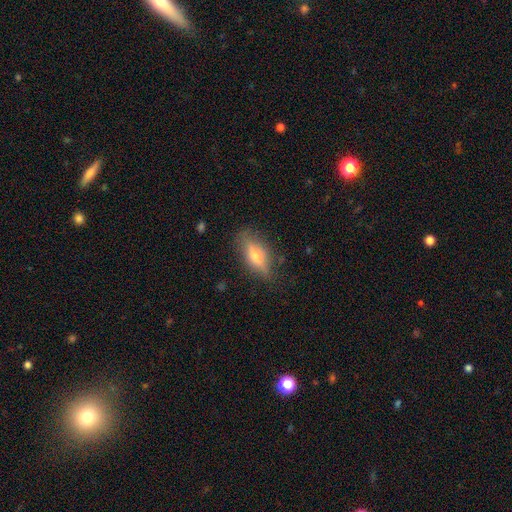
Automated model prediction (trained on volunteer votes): Overall: smooth (47%; featured or disk 45%). Merging: none (80%).